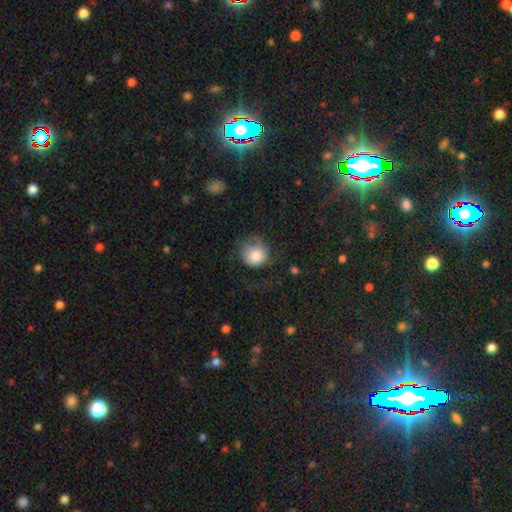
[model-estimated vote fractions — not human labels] Smooth or featured? smooth (75%)
How rounded? round (85%)
Merging? none (43%)